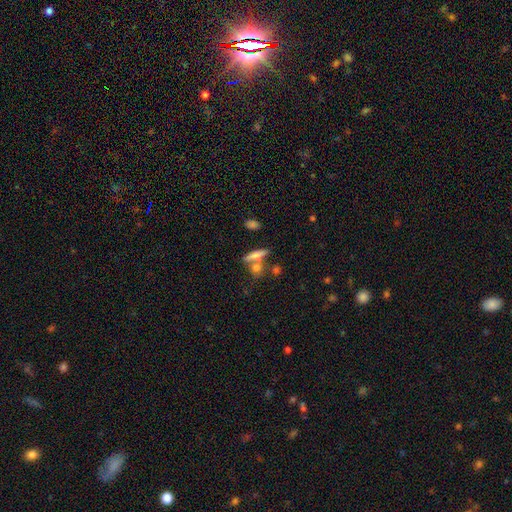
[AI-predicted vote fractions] smooth_or_featured: smooth (p=0.65) [alt: featured or disk p=0.24]
how_rounded: cigar-shaped (p=0.55) [alt: in between p=0.31]
merging: none (p=0.56) [alt: merger p=0.29]